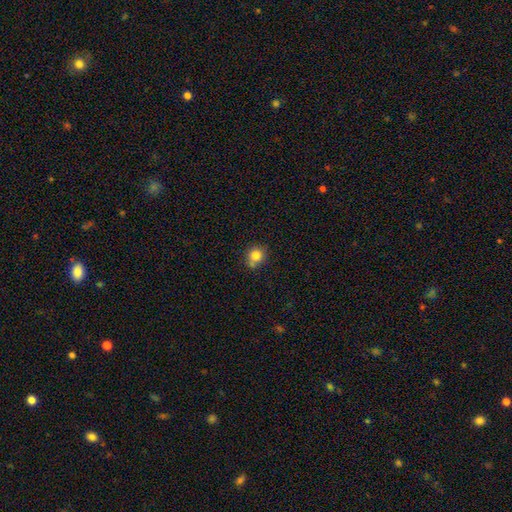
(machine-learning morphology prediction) Q: Smooth or featured?
A: smooth (82%); runner-up: star or artifact (11%)
Q: How rounded?
A: round (82%); runner-up: in between (17%)
Q: Merging?
A: none (64%); runner-up: minor disturbance (17%)